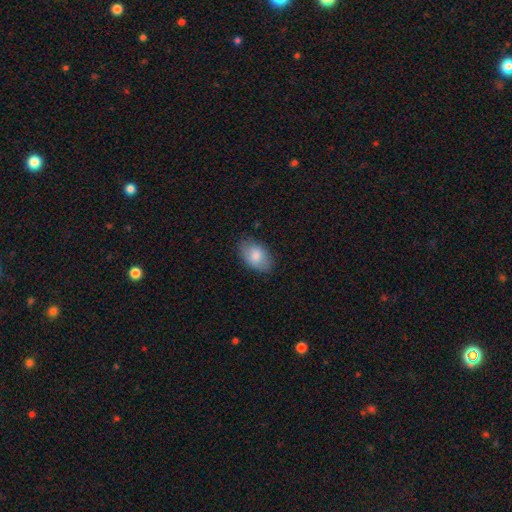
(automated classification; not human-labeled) Smooth or featured: smooth — 82% (featured or disk — 12%)
How rounded: in between — 91% (round — 8%)
Merging: none — 82% (minor disturbance — 14%)